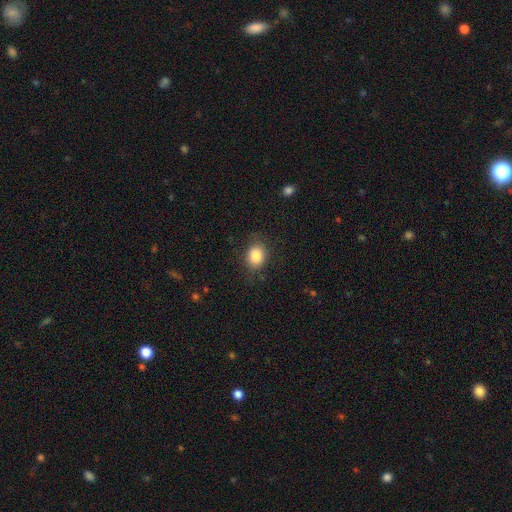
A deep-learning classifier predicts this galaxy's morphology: This is clearly a smooth galaxy (85%). How rounded: possibly round (52%). Merging: clearly none (82%).